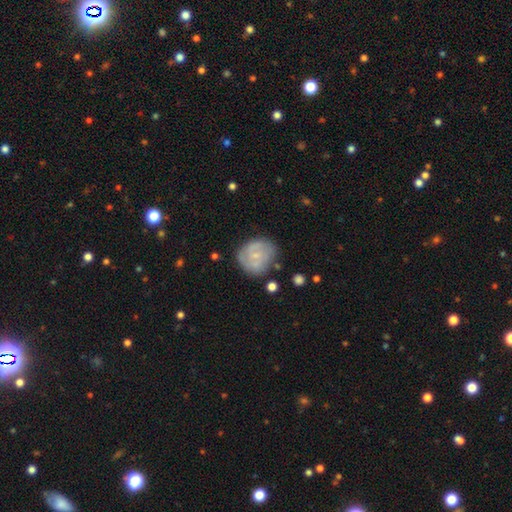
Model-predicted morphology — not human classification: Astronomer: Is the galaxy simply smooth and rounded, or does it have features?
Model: featured or disk — 52% (runner-up: smooth, 41%).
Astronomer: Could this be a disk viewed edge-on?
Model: no — 98%.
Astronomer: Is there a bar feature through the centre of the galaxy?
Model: no — 72%.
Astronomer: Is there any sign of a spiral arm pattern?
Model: yes — 71%.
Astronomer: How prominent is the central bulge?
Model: small — 75%.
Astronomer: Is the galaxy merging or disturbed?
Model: none — 67%.